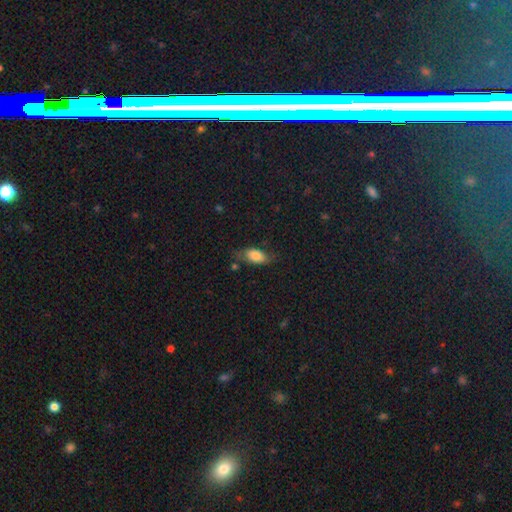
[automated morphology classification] smooth 76%, featured or disk 16%, star or artifact 8%. Down the decision tree: how rounded — in between (89%); merging — none (60%).